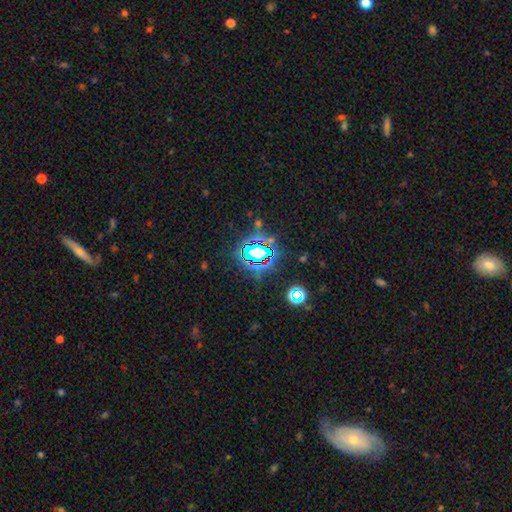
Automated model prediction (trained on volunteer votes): Smooth or featured?
  - star or artifact: 71% *
  - smooth: 17%
  - featured or disk: 12%